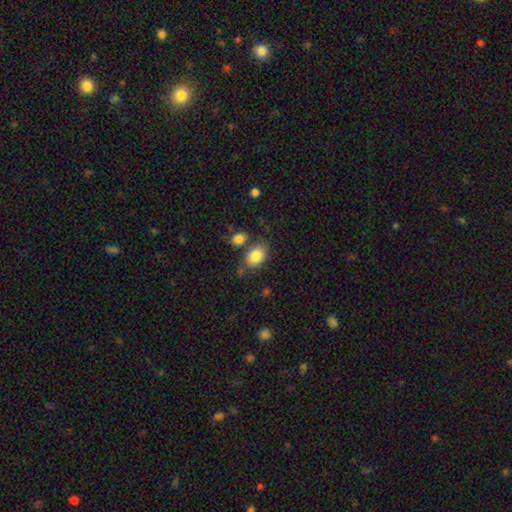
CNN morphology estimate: smooth 84%, featured or disk 8%, star or artifact 8%. Down the decision tree: how rounded — in between (82%); merging — none (68%).